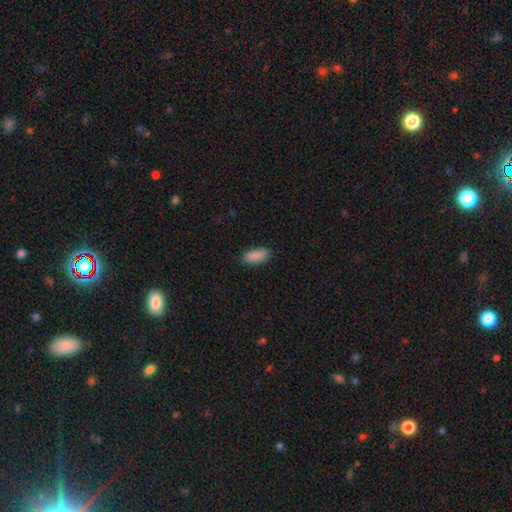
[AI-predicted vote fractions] Overall: smooth (88%). How rounded: in between (80%). Merging: none (84%).